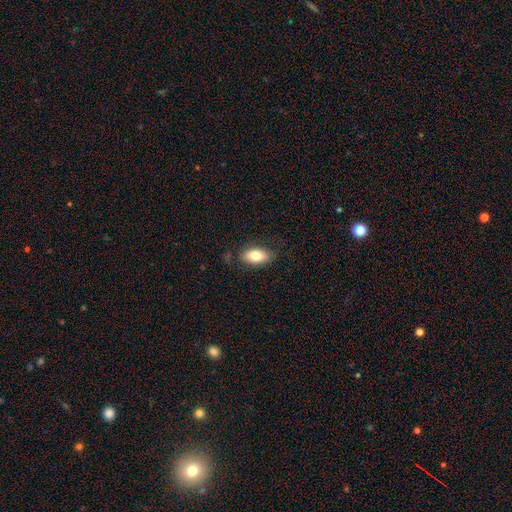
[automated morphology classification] smooth_or_featured: smooth (p=0.80) [alt: featured or disk p=0.13]
how_rounded: in between (p=0.91) [alt: round p=0.05]
merging: none (p=0.79) [alt: minor disturbance p=0.15]